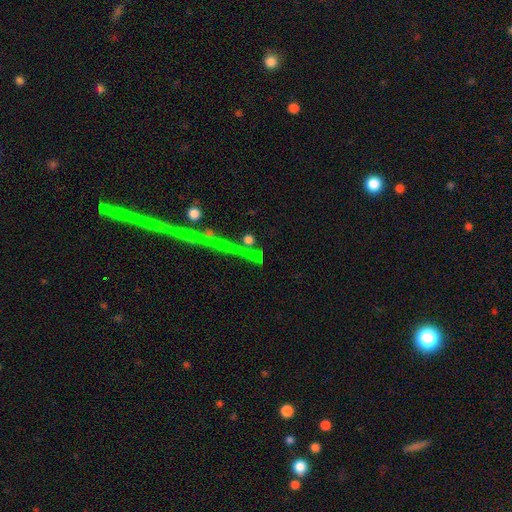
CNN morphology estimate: Q: Smooth or featured?
A: star or artifact (54%); runner-up: smooth (28%)